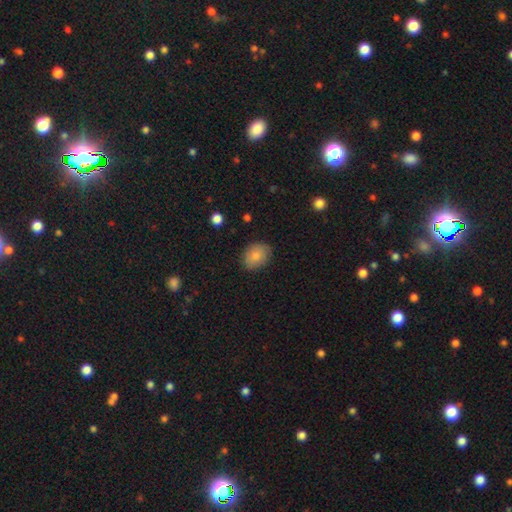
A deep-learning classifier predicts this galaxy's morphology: A smooth galaxy with no disk features (82%) that is in between round and cigar-shaped (58%). Merging: none (81%).